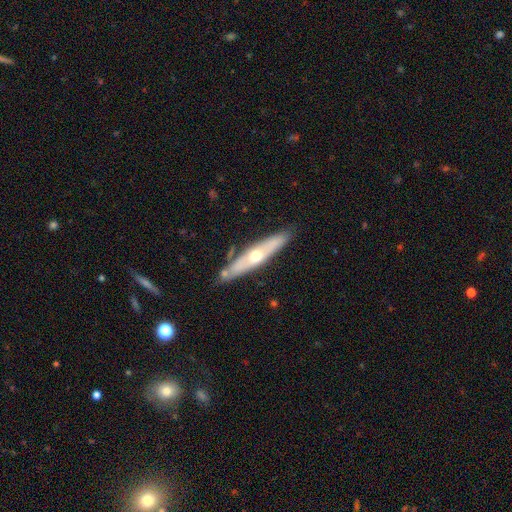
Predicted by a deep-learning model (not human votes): Smooth or featured: featured or disk — 58% (smooth — 36%)
Edge-on disk: yes — 75% (no — 25%)
Merging: none — 77% (minor disturbance — 14%)